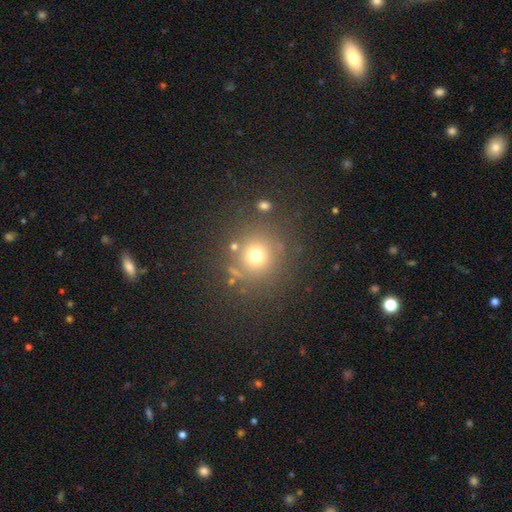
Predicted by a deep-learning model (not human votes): This is likely a smooth galaxy (69%). How rounded: clearly round (91%). Merging: likely none (80%).